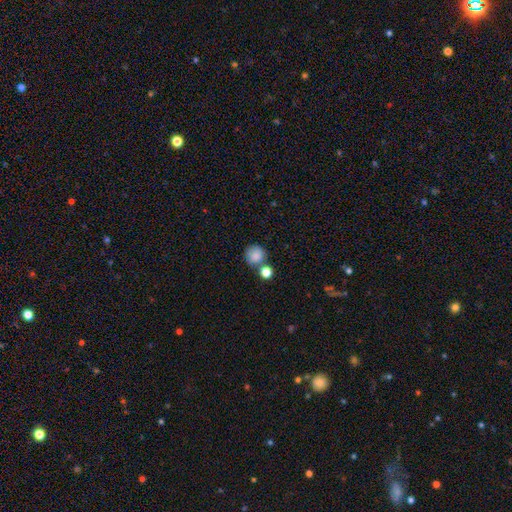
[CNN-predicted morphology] type=smooth (83%); roundness=round (90%); merging=none (60%).